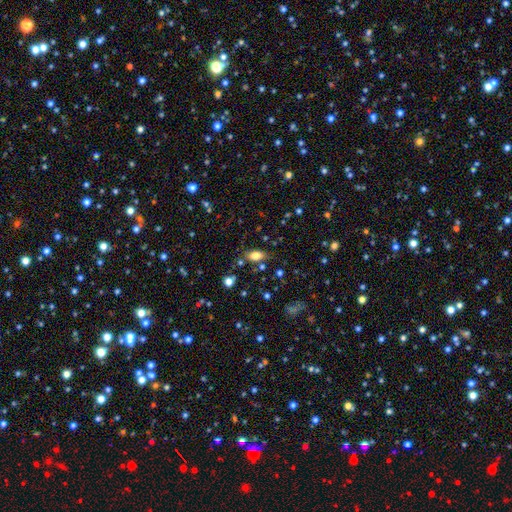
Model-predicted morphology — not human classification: This is likely a smooth galaxy (77%). How rounded: clearly in between (87%). Merging: likely none (73%).